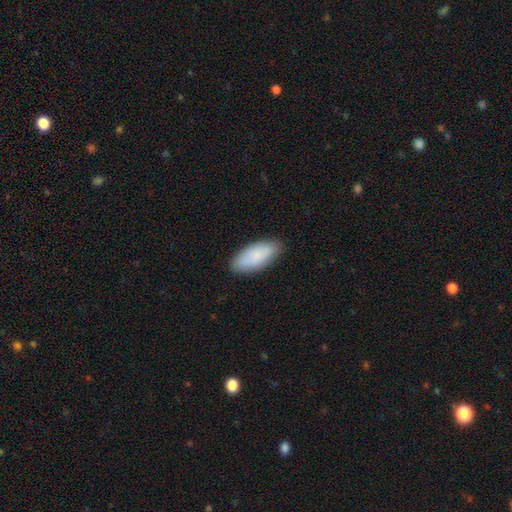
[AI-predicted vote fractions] Smooth or featured? Predicted: smooth (p=0.86). How rounded? Predicted: in between (p=0.86). Merging? Predicted: none (p=0.86).